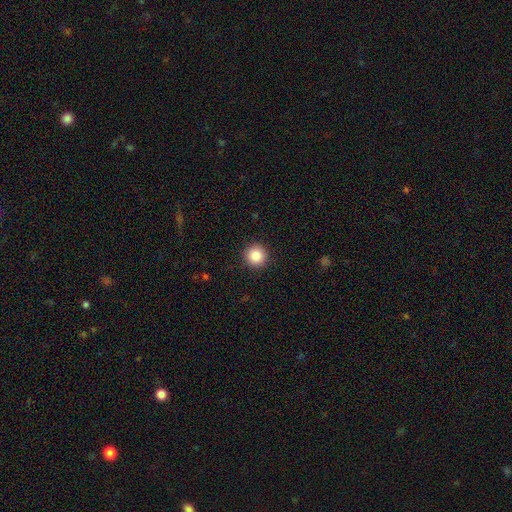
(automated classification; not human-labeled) Morphology: type=smooth (87%); roundness=round (95%); merging=none (92%).